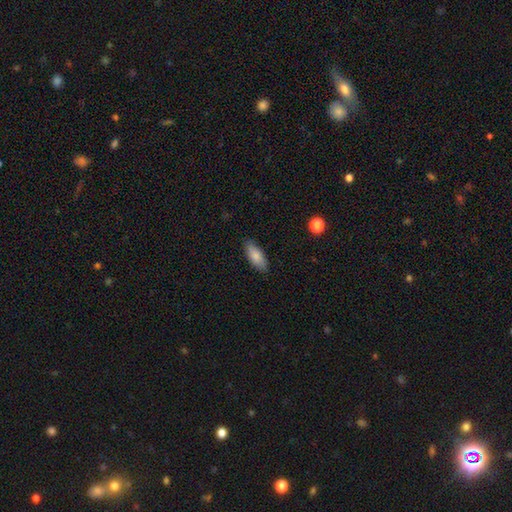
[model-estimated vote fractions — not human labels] Q: Smooth or featured?
A: smooth (83%); runner-up: featured or disk (10%)
Q: How rounded?
A: in between (80%); runner-up: cigar-shaped (18%)
Q: Merging?
A: none (85%); runner-up: minor disturbance (11%)